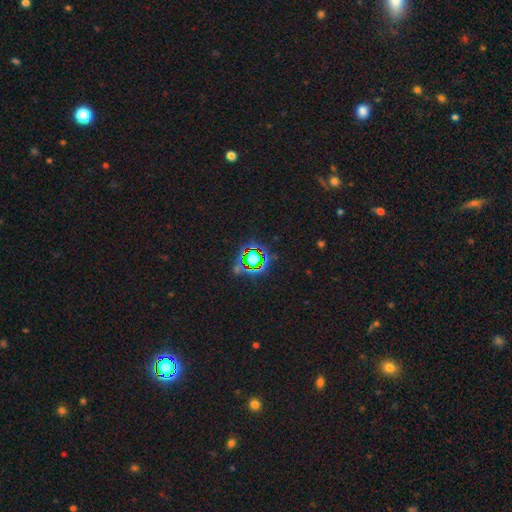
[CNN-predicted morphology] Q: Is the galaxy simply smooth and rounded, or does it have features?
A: star or artifact — 68%.